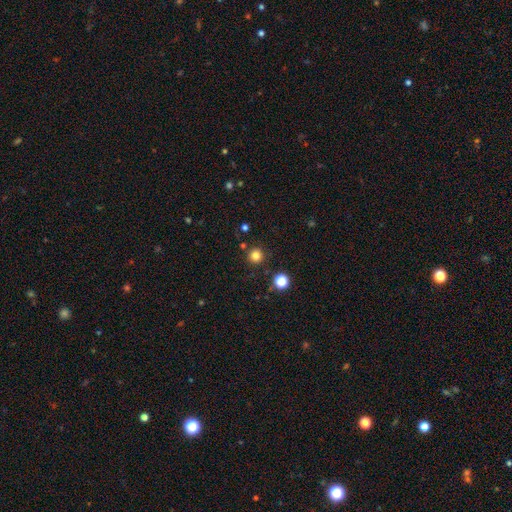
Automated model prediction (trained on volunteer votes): Smooth or featured? smooth (81%)
How rounded? round (96%)
Merging? none (89%)